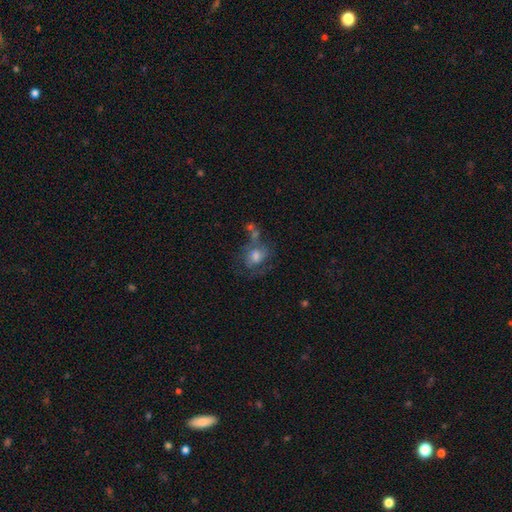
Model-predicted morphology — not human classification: Smooth or featured? Predicted: featured or disk (p=0.51). Edge-on disk? Predicted: no (p=0.96). Merging? Predicted: none (p=0.40).